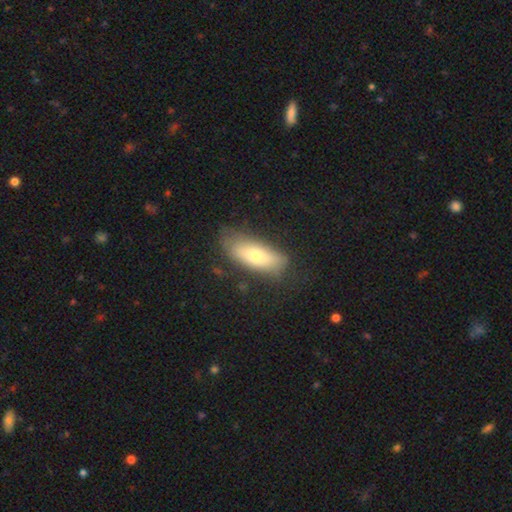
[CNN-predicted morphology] Smooth or featured?
  - smooth: 68% *
  - featured or disk: 25%
  - star or artifact: 7%
How rounded?
  - in between: 71% *
  - cigar-shaped: 26%
  - round: 3%
Merging?
  - none: 69% *
  - minor disturbance: 22%
  - major disturbance: 7%
  - merger: 2%